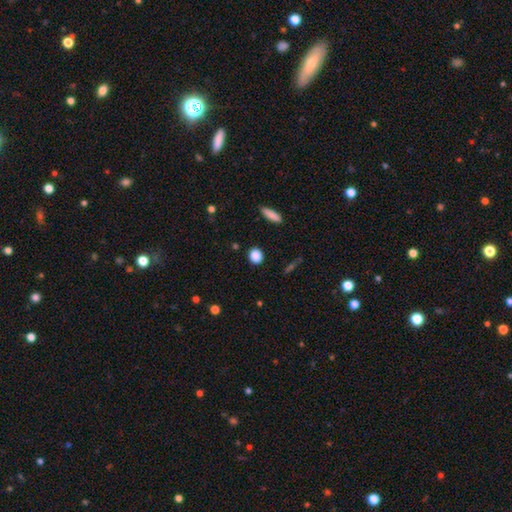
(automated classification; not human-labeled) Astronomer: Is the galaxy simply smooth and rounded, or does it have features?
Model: smooth — 87%.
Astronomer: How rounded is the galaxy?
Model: round — 74%.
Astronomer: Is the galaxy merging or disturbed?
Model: none — 90%.